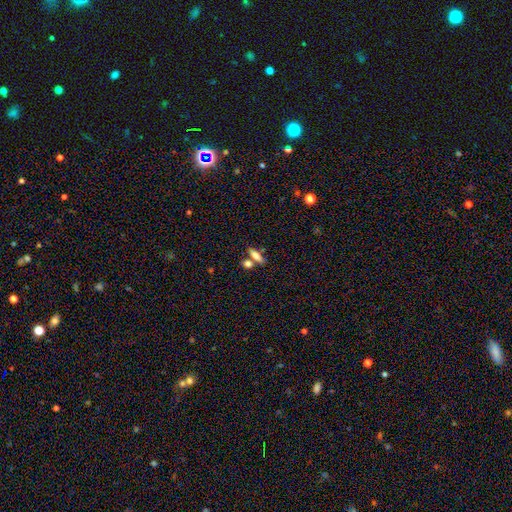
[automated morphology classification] Smooth or featured?
  - smooth: 71% *
  - featured or disk: 20%
  - star or artifact: 9%
How rounded?
  - in between: 48% *
  - cigar-shaped: 46%
  - round: 7%
Merging?
  - none: 61% *
  - merger: 26%
  - minor disturbance: 10%
  - major disturbance: 4%